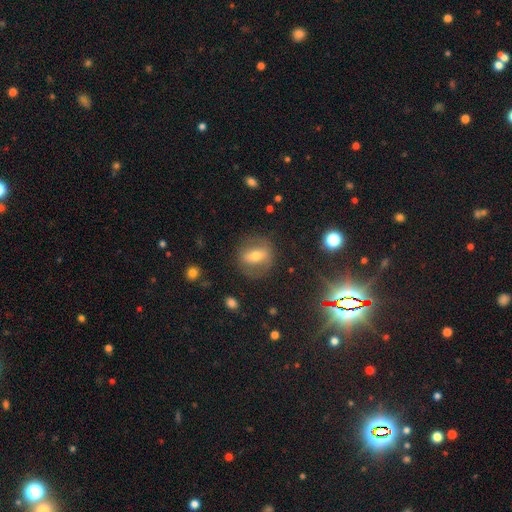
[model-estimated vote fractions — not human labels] smooth-or-featured: featured or disk: 44% | smooth: 37% | star or artifact: 19%
  merging: none: 79% | minor disturbance: 13% | major disturbance: 7% | merger: 1%